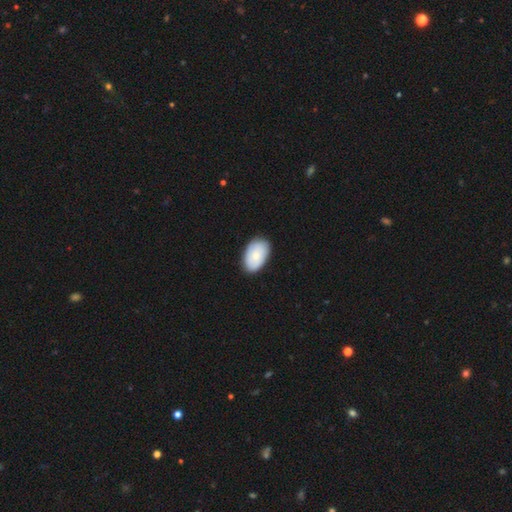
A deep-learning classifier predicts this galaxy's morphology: Smooth or featured? Predicted: smooth (p=0.75). How rounded? Predicted: in between (p=0.92). Merging? Predicted: none (p=0.84).